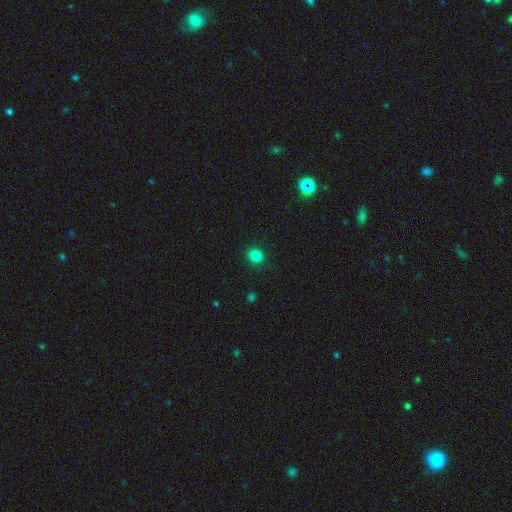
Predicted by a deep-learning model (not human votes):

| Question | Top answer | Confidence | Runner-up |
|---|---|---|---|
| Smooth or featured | smooth | 84% | star or artifact (12%) |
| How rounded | round | 82% | in between (17%) |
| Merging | none | 91% | minor disturbance (6%) |